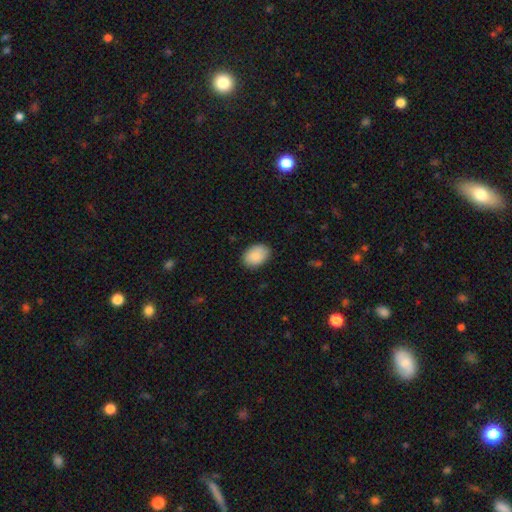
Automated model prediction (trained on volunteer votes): This is clearly a smooth galaxy (90%). How rounded: clearly in between (82%). Merging: clearly none (86%).